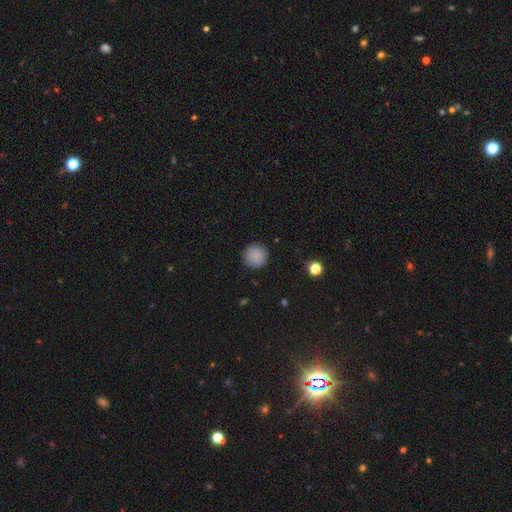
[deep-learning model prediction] Smooth or featured?
  - smooth: 86% *
  - star or artifact: 9%
  - featured or disk: 5%
How rounded?
  - round: 95% *
  - in between: 4%
  - cigar-shaped: 1%
Merging?
  - none: 88% *
  - minor disturbance: 8%
  - major disturbance: 2%
  - merger: 1%